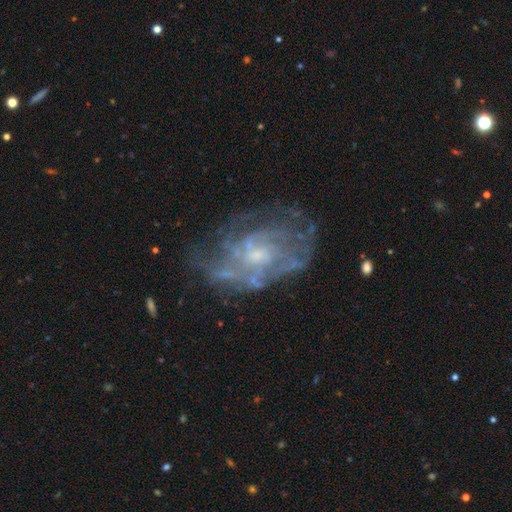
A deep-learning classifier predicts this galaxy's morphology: Smooth or featured: featured or disk — 80% (smooth — 11%)
Edge-on disk: no — 97% (yes — 3%)
Bar: no — 66% (weak — 30%)
Spiral arms: yes — 77% (no — 23%)
Spiral winding: tight — 49% (medium — 35%)
Spiral arm count: can't tell — 52% (2 — 15%)
Bulge size: small — 61% (moderate — 25%)
Merging: none — 57% (minor disturbance — 22%)